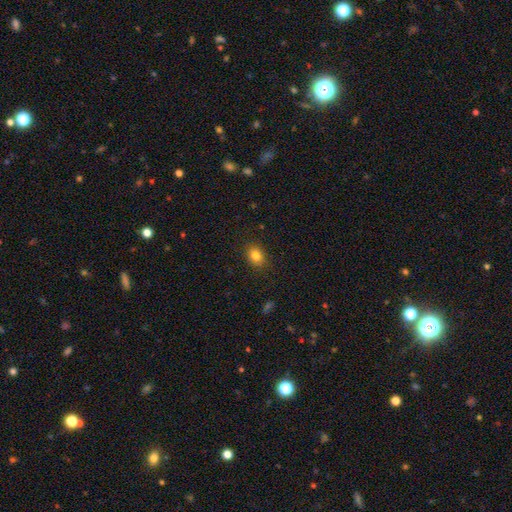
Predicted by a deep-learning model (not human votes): smooth-or-featured: smooth: 82% | star or artifact: 11% | featured or disk: 7%
  how-rounded: in between: 54% | round: 45% | cigar-shaped: 1%
  merging: none: 87% | minor disturbance: 9% | major disturbance: 2% | merger: 1%